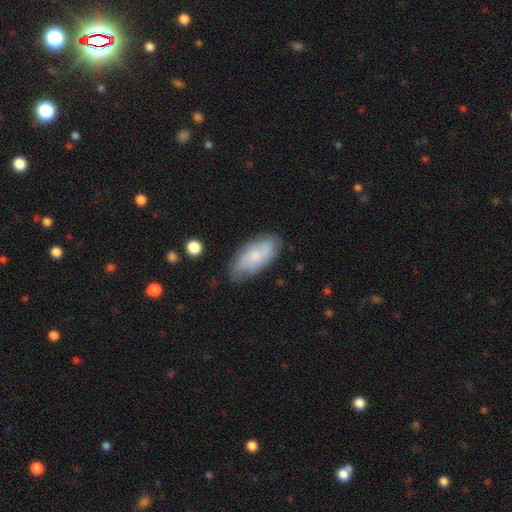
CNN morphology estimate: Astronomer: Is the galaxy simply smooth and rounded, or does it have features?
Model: smooth — 54% (runner-up: featured or disk, 39%).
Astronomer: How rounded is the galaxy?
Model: in between — 88%.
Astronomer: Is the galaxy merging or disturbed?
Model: none — 72%.